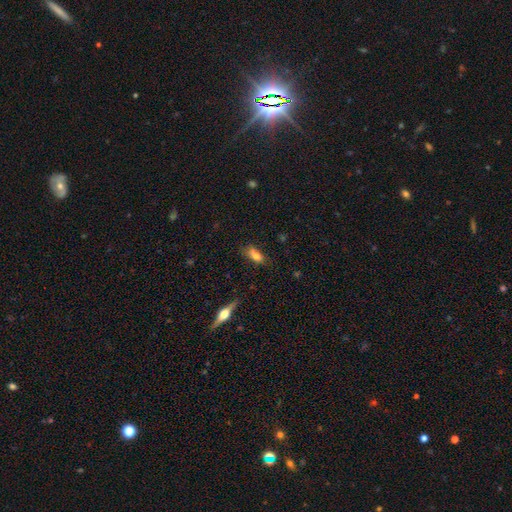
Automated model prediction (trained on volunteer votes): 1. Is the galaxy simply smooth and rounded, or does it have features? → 77% smooth, 14% featured or disk, 9% star or artifact.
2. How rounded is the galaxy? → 77% in between, 19% cigar-shaped, 4% round.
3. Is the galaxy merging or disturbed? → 61% none, 26% minor disturbance, 8% major disturbance, 4% merger.